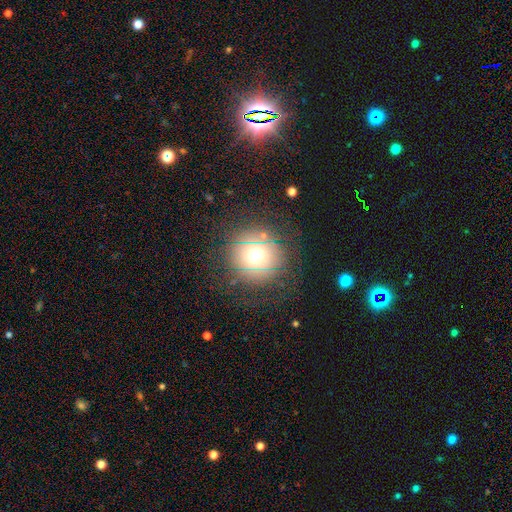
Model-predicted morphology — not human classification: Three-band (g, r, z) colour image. It shows a smooth galaxy with no disk features (54%) that is round (89%). Merging: none (79%).